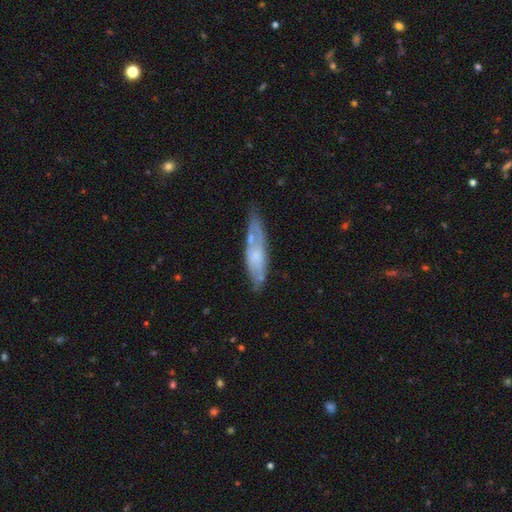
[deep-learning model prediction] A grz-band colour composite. It shows a featured or disk galaxy (53%). Merging: none (62%).